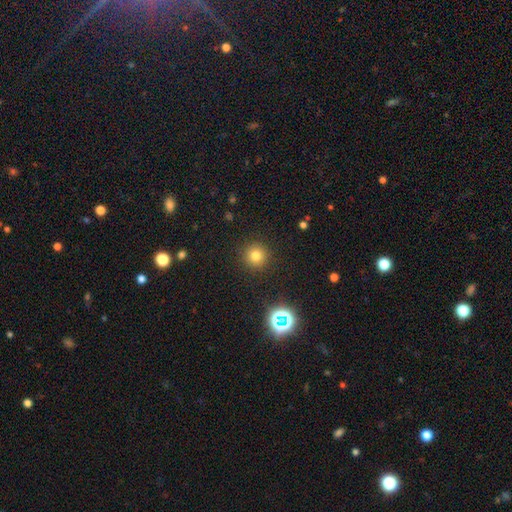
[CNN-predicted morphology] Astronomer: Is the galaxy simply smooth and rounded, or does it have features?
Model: smooth — 76%.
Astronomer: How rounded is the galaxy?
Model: round — 95%.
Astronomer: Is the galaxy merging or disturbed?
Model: none — 91%.